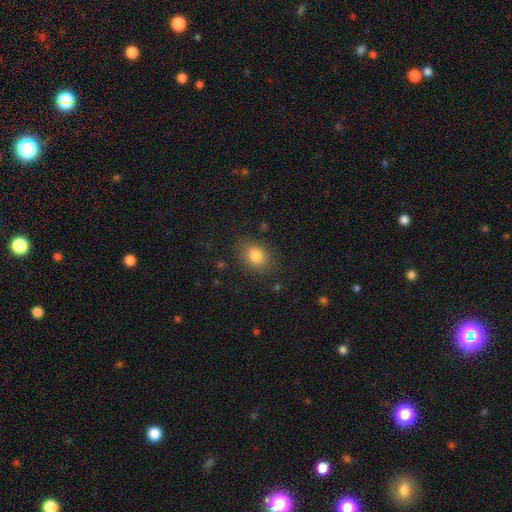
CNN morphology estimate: Q: Smooth or featured?
A: smooth (81%); runner-up: star or artifact (10%)
Q: How rounded?
A: in between (62%); runner-up: round (37%)
Q: Merging?
A: none (82%); runner-up: minor disturbance (12%)